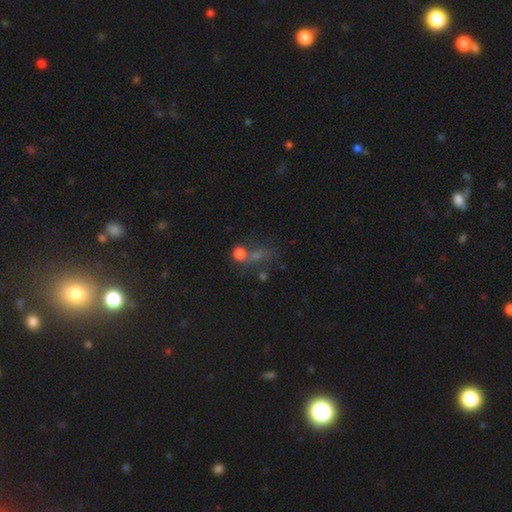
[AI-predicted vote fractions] Smooth or featured? smooth (54%)
How rounded? round (68%)
Merging? none (43%)